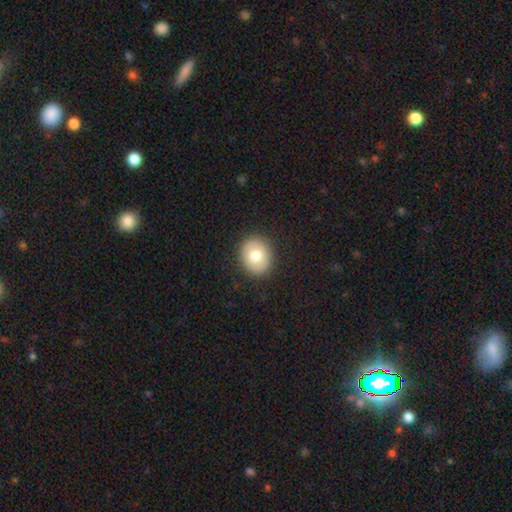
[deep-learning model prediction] smooth-or-featured: smooth: 75% | featured or disk: 17% | star or artifact: 8%
  how-rounded: round: 66% | in between: 33% | cigar-shaped: 1%
  merging: none: 89% | minor disturbance: 8% | major disturbance: 2% | merger: 1%